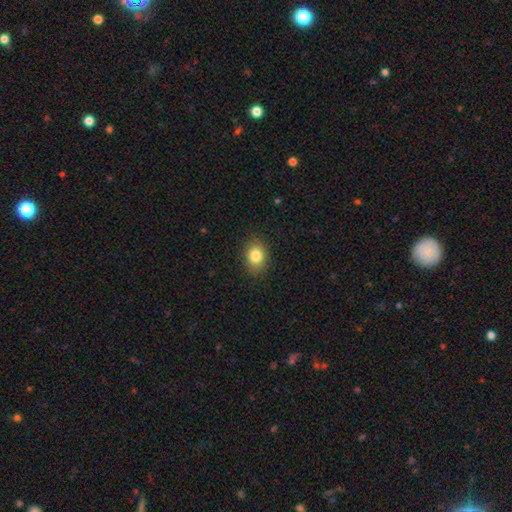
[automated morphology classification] Smooth or featured?
  - smooth: 84% *
  - star or artifact: 10%
  - featured or disk: 7%
How rounded?
  - in between: 60% *
  - round: 39%
  - cigar-shaped: 1%
Merging?
  - none: 86% *
  - minor disturbance: 10%
  - major disturbance: 3%
  - merger: 1%